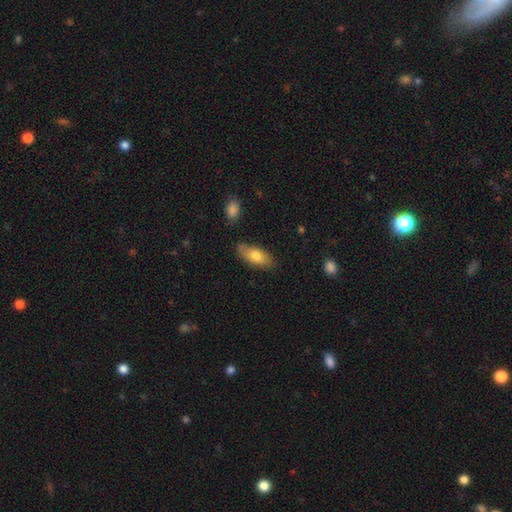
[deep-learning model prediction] Morphology: type=smooth (74%); roundness=in between (85%); merging=none (75%).